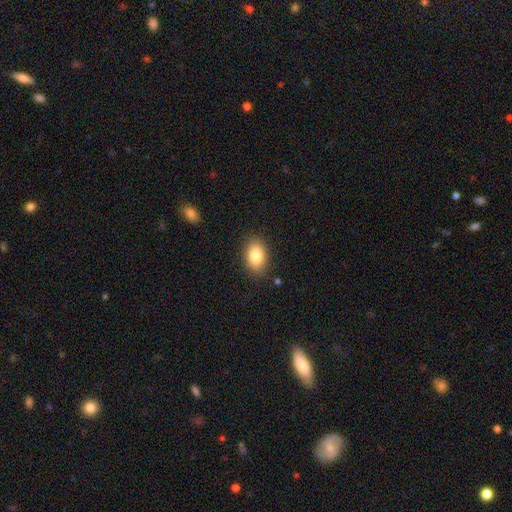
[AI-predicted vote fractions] smooth 84%, featured or disk 8%, star or artifact 8%. Down the decision tree: how rounded — in between (86%); merging — none (87%).